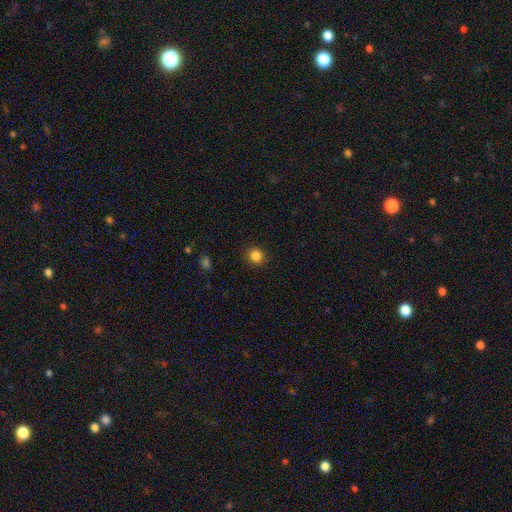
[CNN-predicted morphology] smooth-or-featured: smooth: 85% | star or artifact: 11% | featured or disk: 4%
  how-rounded: round: 90% | in between: 9% | cigar-shaped: 1%
  merging: none: 91% | minor disturbance: 6% | major disturbance: 2% | merger: 1%